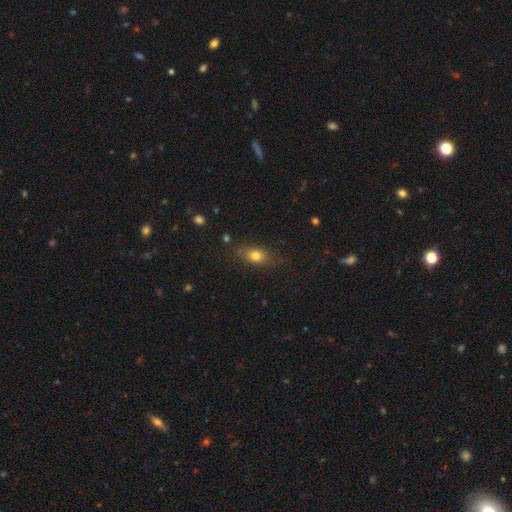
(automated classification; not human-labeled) Smooth or featured? smooth (78%)
How rounded? in between (69%)
Merging? none (75%)